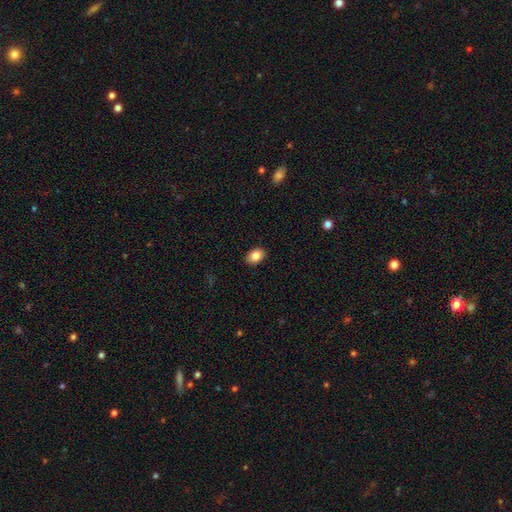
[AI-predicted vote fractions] A smooth galaxy with no disk features (86%) that is in between round and cigar-shaped (82%).

Vote fractions:
- Smooth or featured? smooth: 86% / star or artifact: 8% / featured or disk: 6%
- How rounded? in between: 82% / round: 17% / cigar-shaped: 1%
- Merging? none: 90% / minor disturbance: 8% / major disturbance: 2% / merger: 1%